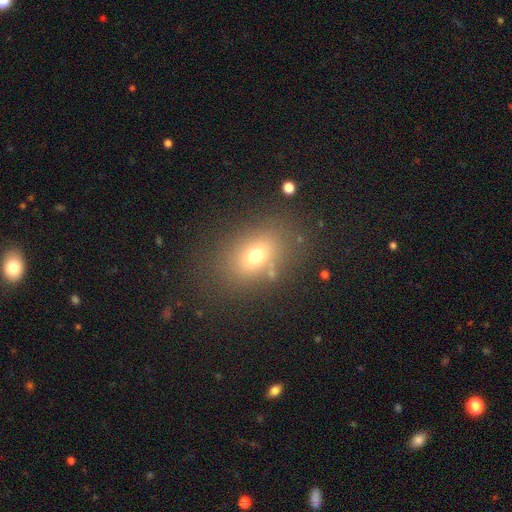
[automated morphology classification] Smooth or featured? Predicted: smooth (p=0.69). How rounded? Predicted: in between (p=0.75). Merging? Predicted: none (p=0.78).